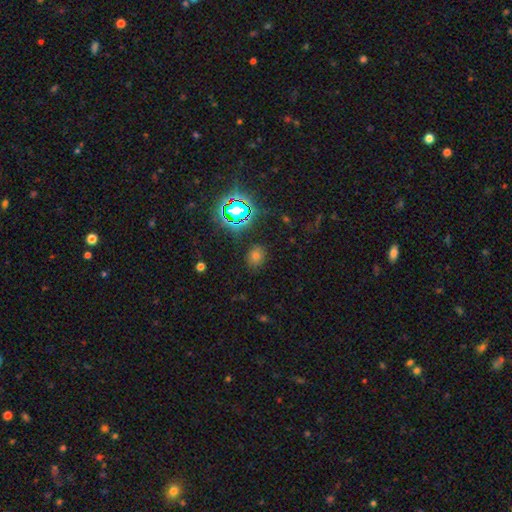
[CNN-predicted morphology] smooth 57%, star or artifact 36%, featured or disk 8%. Down the decision tree: how rounded — round (52%); merging — none (85%).